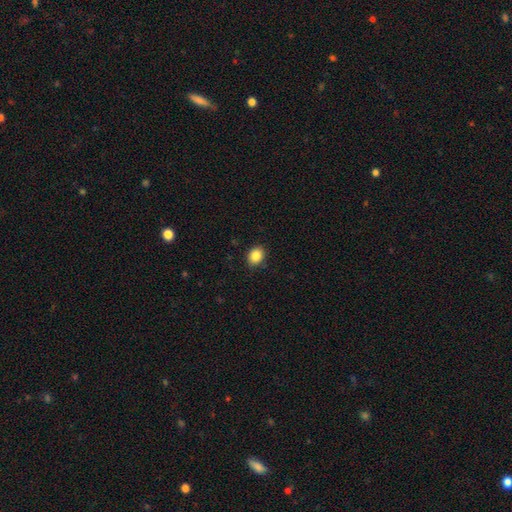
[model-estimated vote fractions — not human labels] smooth 87%, star or artifact 9%, featured or disk 4%. Down the decision tree: how rounded — in between (52%); merging — none (88%).